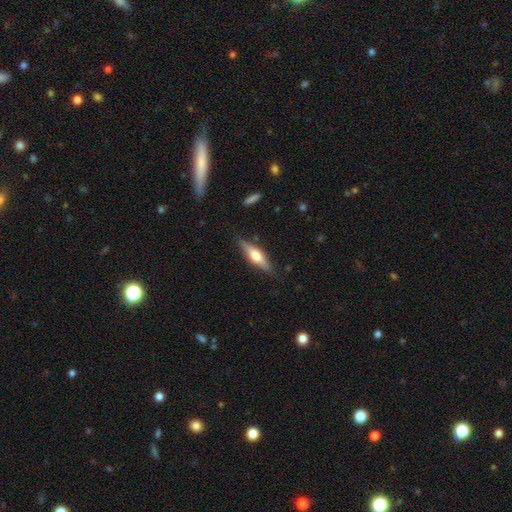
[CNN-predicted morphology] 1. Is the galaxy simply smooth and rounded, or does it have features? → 54% featured or disk, 40% smooth, 6% star or artifact.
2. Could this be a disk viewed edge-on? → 93% yes, 7% no.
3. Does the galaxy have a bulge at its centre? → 90% rounded, 7% boxy, 3% none.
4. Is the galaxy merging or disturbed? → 83% none, 12% minor disturbance, 3% major disturbance, 2% merger.